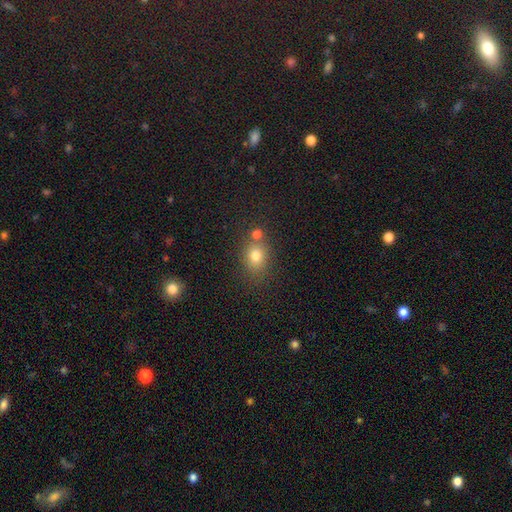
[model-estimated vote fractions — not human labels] Smooth or featured? Predicted: smooth (p=0.77). How rounded? Predicted: round (p=0.58). Merging? Predicted: none (p=0.62).